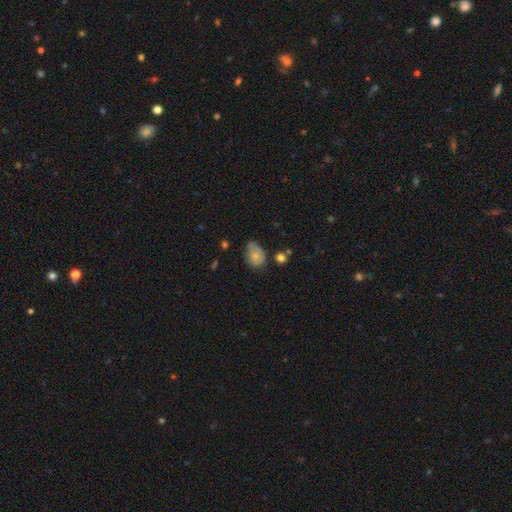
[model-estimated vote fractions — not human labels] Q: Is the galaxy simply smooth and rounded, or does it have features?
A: smooth — 69%.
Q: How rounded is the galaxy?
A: in between — 69%.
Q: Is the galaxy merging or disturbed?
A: minor disturbance — 42%.